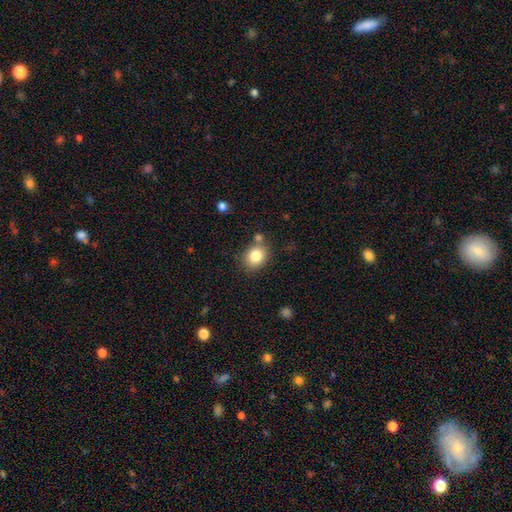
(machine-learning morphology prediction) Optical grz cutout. It shows a smooth galaxy with no disk features (81%) that is round (56%). Merging: none (75%).